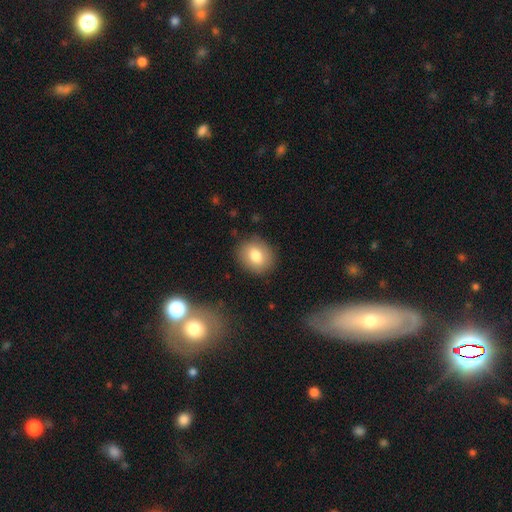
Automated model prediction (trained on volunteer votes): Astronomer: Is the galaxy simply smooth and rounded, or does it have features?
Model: smooth — 80%.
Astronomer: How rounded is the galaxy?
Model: round — 62% (runner-up: in between, 37%).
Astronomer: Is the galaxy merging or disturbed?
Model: none — 86%.